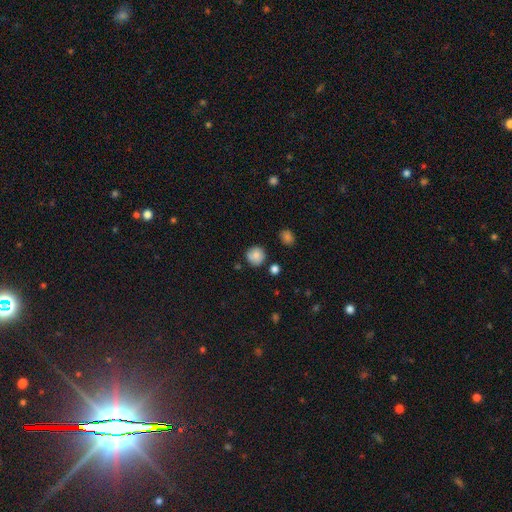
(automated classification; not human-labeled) This appears to be a smooth galaxy with no disk features (79%) that is round (92%). Merging: none (81%).